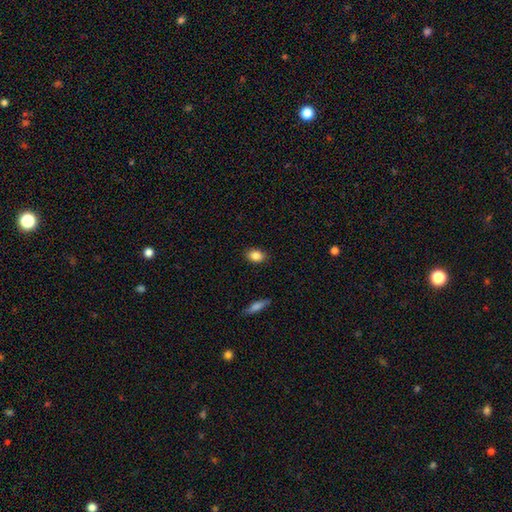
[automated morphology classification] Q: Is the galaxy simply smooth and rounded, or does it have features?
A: smooth — 86%.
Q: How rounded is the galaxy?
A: in between — 77%.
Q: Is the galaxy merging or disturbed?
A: none — 87%.